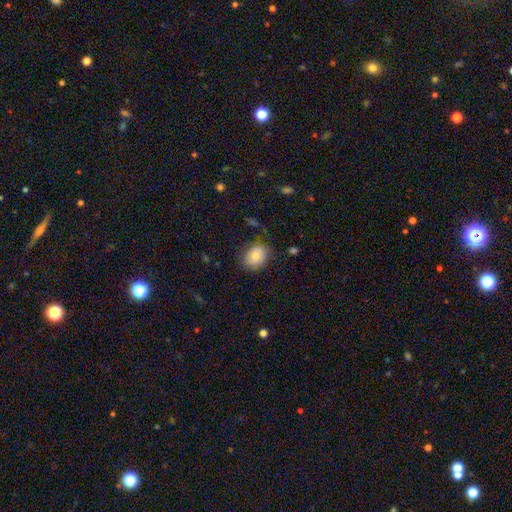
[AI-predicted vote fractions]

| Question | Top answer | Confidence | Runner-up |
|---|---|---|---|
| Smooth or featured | smooth | 74% | featured or disk (17%) |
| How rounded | in between | 54% | round (45%) |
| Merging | none | 78% | minor disturbance (16%) |